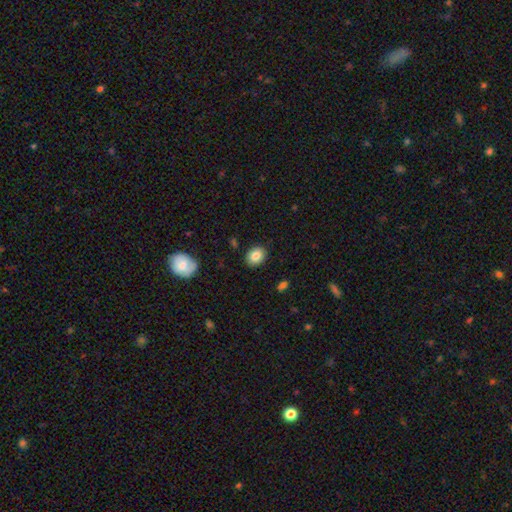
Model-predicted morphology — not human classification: smooth 84%, star or artifact 8%, featured or disk 8%. Down the decision tree: how rounded — in between (56%); merging — none (88%).